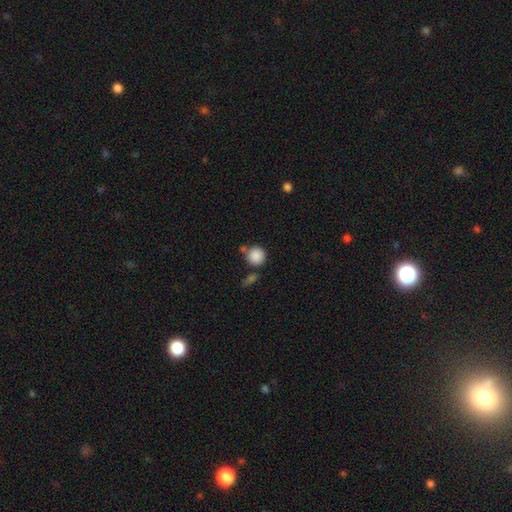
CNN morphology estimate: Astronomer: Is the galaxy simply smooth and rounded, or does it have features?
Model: smooth — 88%.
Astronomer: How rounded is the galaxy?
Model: round — 92%.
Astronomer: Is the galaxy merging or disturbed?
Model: none — 70%.